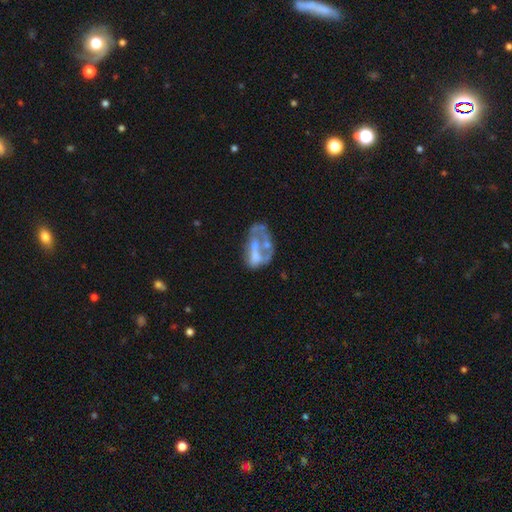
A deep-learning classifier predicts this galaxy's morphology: featured or disk 59%, smooth 29%, star or artifact 11%. Down the decision tree: edge-on disk — no (97%); bar — no (87%); spiral arms — no (91%); bulge size — none (53%); merging — none (29%, tied with major disturbance).